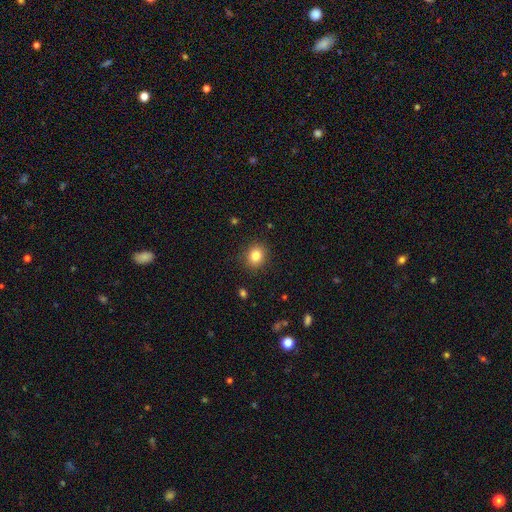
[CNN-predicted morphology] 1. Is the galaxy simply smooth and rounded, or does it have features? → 83% smooth, 11% star or artifact, 7% featured or disk.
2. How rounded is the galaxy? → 71% round, 28% in between, 1% cigar-shaped.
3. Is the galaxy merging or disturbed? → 89% none, 8% minor disturbance, 2% major disturbance, 1% merger.